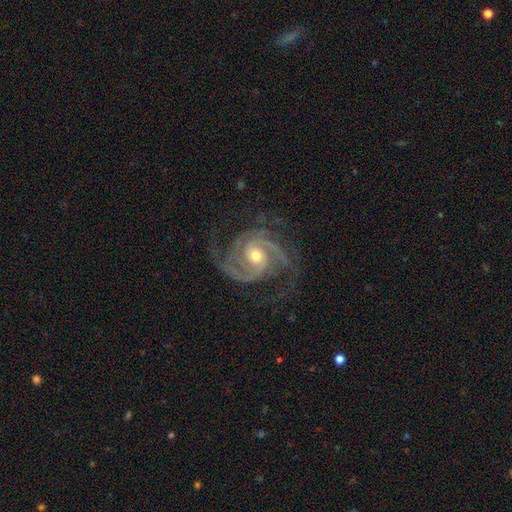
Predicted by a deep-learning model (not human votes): Overall: featured or disk (93%). Edge-on disk: no (98%). Bar: no (47%; weak 37%). Spiral arms: yes (99%). Spiral arm count: 2 (51%; 3 31%). Spiral winding: medium (50%; tight 41%). Bulge size: moderate (57%; small 39%). Merging: none (74%).